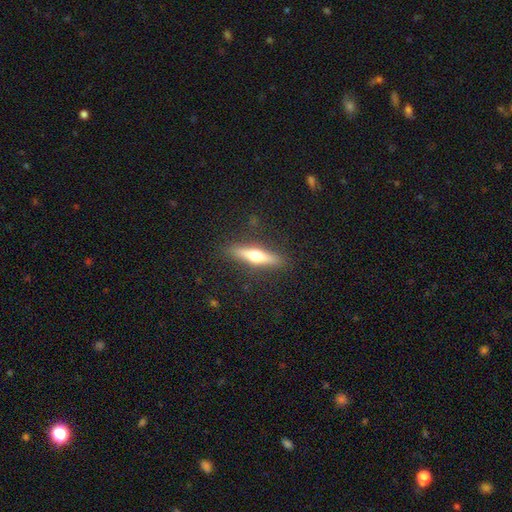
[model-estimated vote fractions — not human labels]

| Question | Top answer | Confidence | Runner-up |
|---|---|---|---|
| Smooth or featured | featured or disk | 54% | smooth (40%) |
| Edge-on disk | yes | 94% | no (6%) |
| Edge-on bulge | rounded | 94% | none (3%) |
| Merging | none | 89% | minor disturbance (8%) |